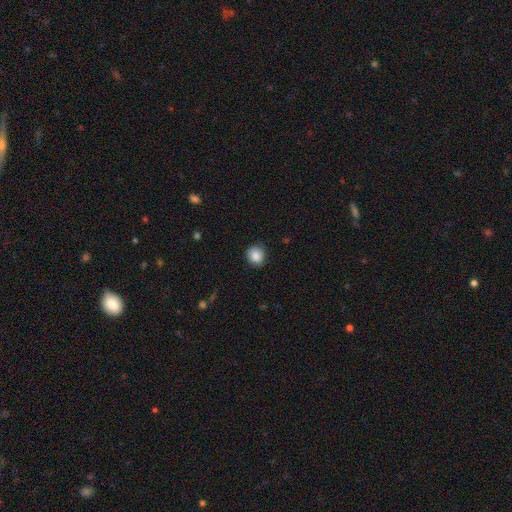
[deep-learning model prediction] smooth-or-featured: smooth: 87% | star or artifact: 9% | featured or disk: 4%
  how-rounded: round: 87% | in between: 12% | cigar-shaped: 1%
  merging: none: 85% | minor disturbance: 12% | major disturbance: 2% | merger: 1%